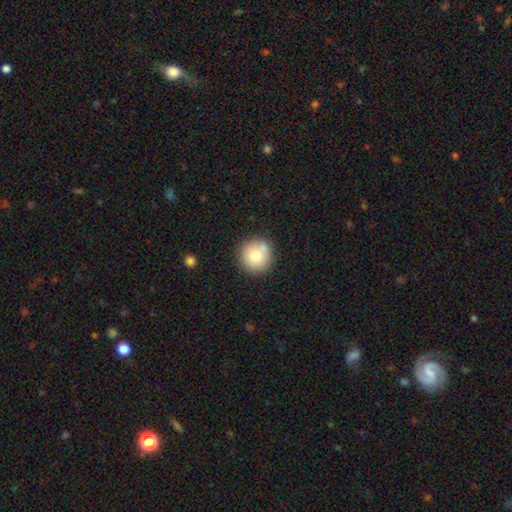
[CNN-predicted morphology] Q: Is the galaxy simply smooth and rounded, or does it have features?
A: smooth — 77%.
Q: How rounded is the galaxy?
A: round — 94%.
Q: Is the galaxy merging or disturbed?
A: none — 75%.